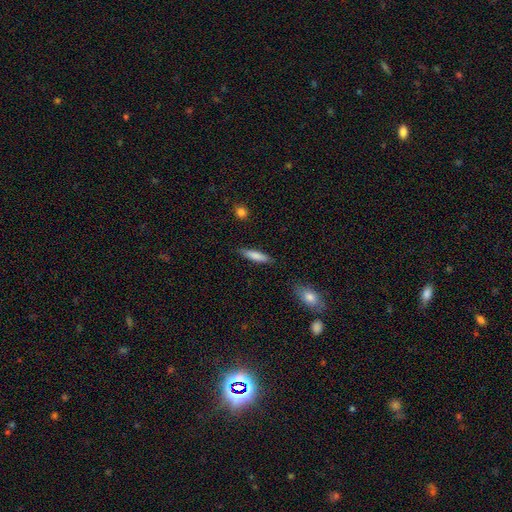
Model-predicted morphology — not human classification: This appears to be a smooth galaxy with no disk features (82%) that is cigar-shaped (73%). Merging: none (86%).